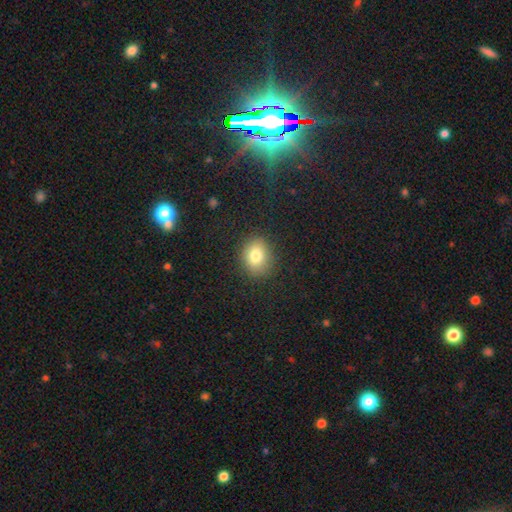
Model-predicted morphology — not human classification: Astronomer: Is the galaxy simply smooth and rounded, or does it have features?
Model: smooth — 79%.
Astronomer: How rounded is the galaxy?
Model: round — 55% (runner-up: in between, 44%).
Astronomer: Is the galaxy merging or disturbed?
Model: none — 87%.